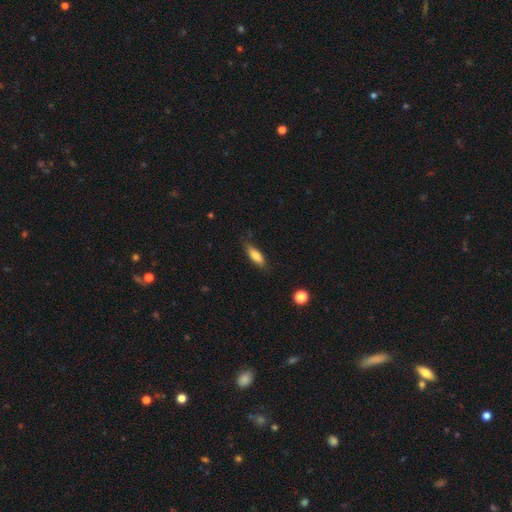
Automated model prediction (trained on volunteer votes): smooth_or_featured: smooth (p=0.76) [alt: featured or disk p=0.17]
how_rounded: in between (p=0.60) [alt: cigar-shaped p=0.38]
merging: none (p=0.78) [alt: minor disturbance p=0.18]